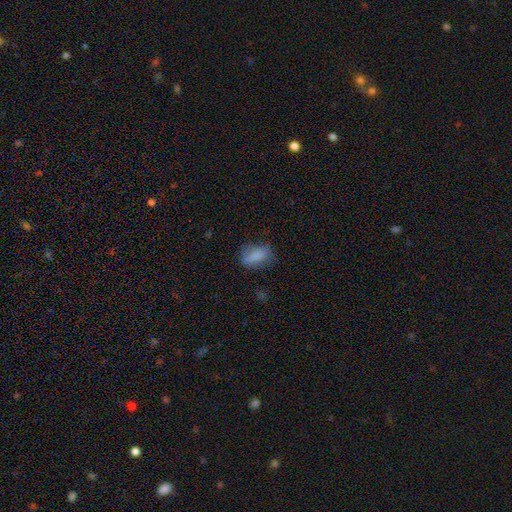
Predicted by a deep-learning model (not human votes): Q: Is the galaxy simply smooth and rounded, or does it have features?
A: smooth — 78%.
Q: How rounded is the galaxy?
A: in between — 82%.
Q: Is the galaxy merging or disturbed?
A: none — 63%.